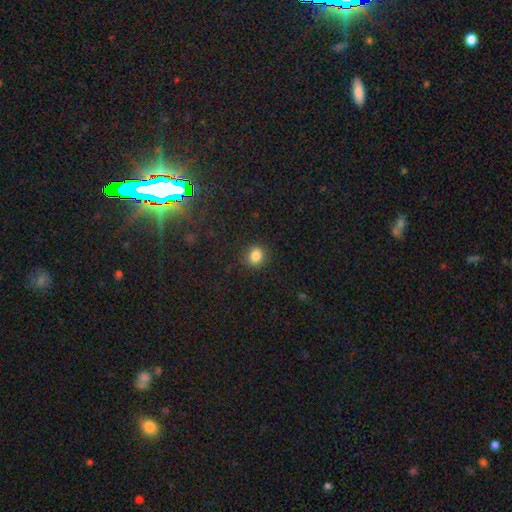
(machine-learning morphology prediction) A smooth galaxy with no disk features (85%) that is round (73%).

Vote fractions:
- Smooth or featured? smooth: 85% / star or artifact: 11% / featured or disk: 4%
- How rounded? round: 73% / in between: 26% / cigar-shaped: 1%
- Merging? none: 87% / minor disturbance: 9% / major disturbance: 3% / merger: 1%